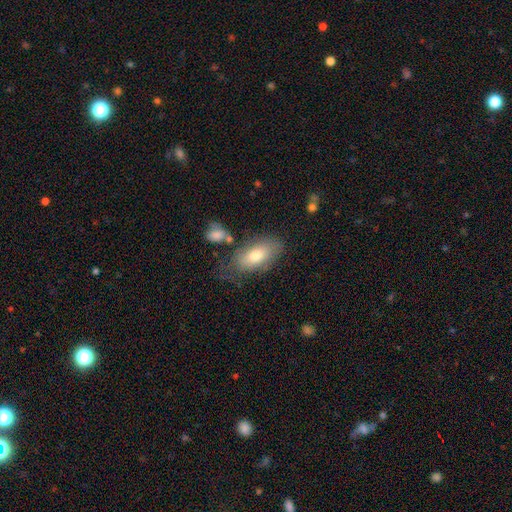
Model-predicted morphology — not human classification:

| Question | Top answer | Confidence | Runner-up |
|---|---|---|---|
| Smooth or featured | smooth | 72% | featured or disk (21%) |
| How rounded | in between | 91% | cigar-shaped (5%) |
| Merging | none | 64% | minor disturbance (21%) |